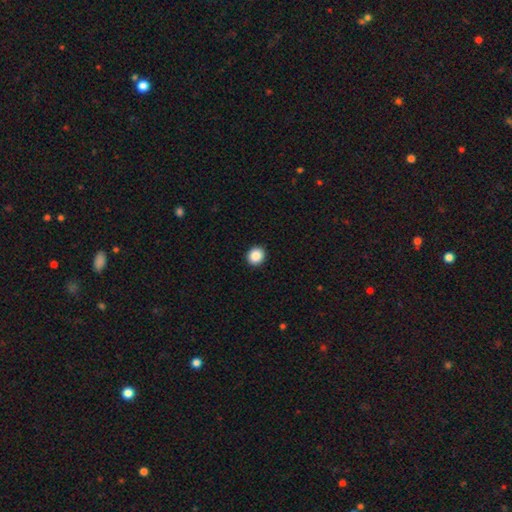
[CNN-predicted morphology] A smooth galaxy with no disk features (89%) that is round (82%).

Vote fractions:
- Smooth or featured? smooth: 89% / star or artifact: 9% / featured or disk: 3%
- How rounded? round: 82% / in between: 17% / cigar-shaped: 1%
- Merging? none: 93% / minor disturbance: 5% / major disturbance: 2% / merger: 1%